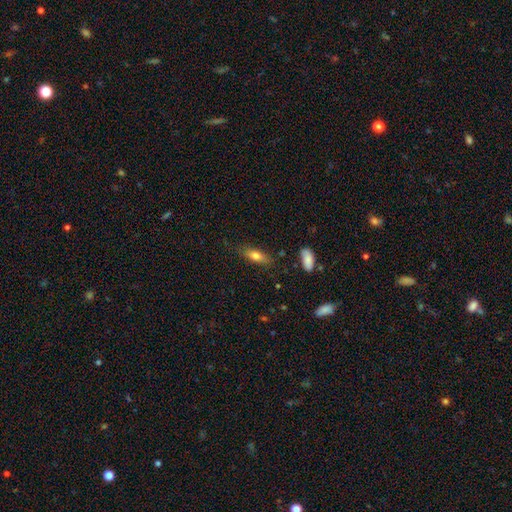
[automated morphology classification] Smooth or featured? Predicted: smooth (p=0.71). How rounded? Predicted: in between (p=0.57). Merging? Predicted: none (p=0.77).